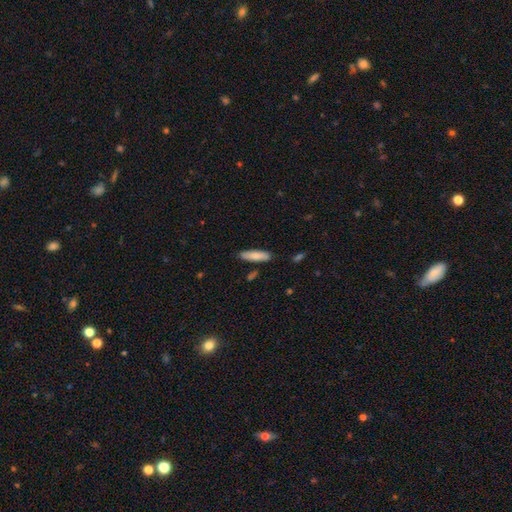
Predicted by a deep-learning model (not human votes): A smooth galaxy with no disk features (81%) that is cigar-shaped (66%). Merging: none (86%).